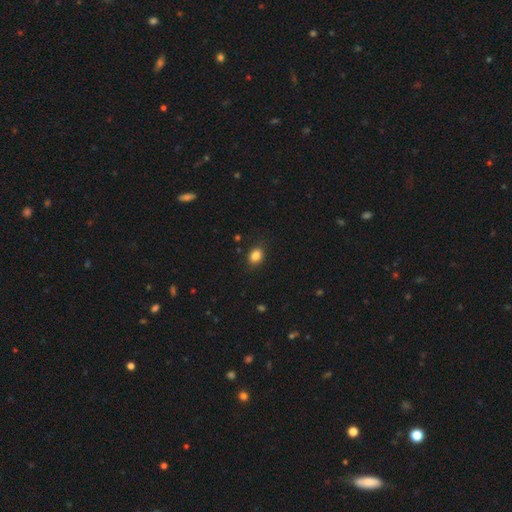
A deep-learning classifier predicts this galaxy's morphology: smooth-or-featured: smooth: 85% | star or artifact: 10% | featured or disk: 5%
  how-rounded: in between: 58% | round: 40% | cigar-shaped: 1%
  merging: none: 85% | minor disturbance: 11% | major disturbance: 3% | merger: 1%